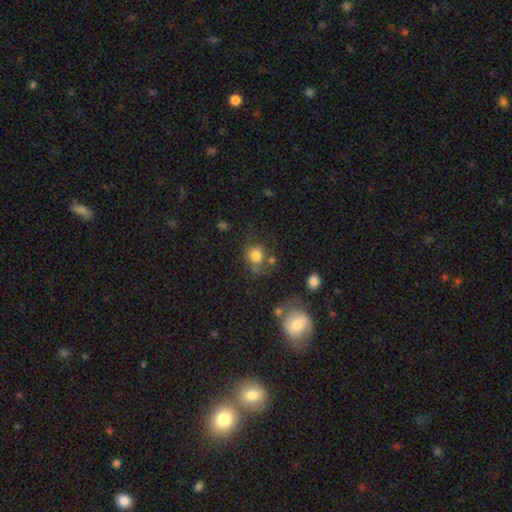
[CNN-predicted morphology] Smooth or featured? Predicted: smooth (p=0.78). How rounded? Predicted: round (p=0.80). Merging? Predicted: none (p=0.58).